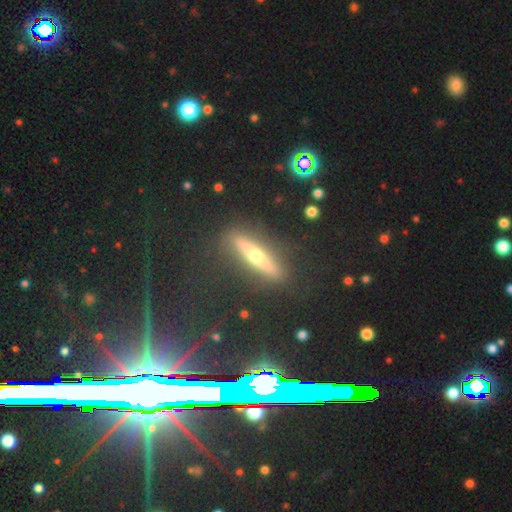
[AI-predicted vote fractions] Smooth or featured? Predicted: featured or disk (p=0.51). Edge-on disk? Predicted: yes (p=0.90). Merging? Predicted: none (p=0.87).